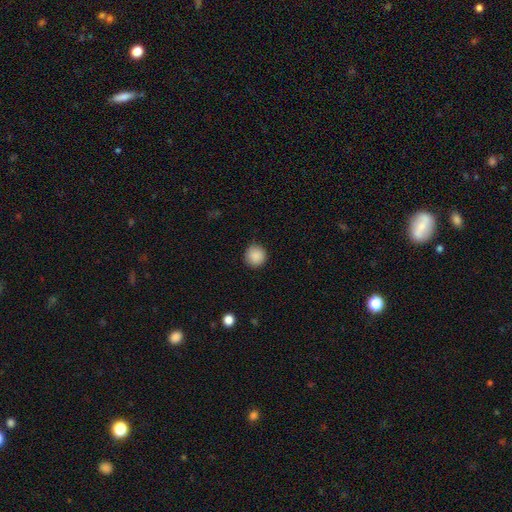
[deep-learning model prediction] Smooth or featured?
  - smooth: 89% *
  - star or artifact: 8%
  - featured or disk: 3%
How rounded?
  - round: 95% *
  - in between: 4%
  - cigar-shaped: 1%
Merging?
  - none: 91% *
  - minor disturbance: 6%
  - major disturbance: 2%
  - merger: 1%